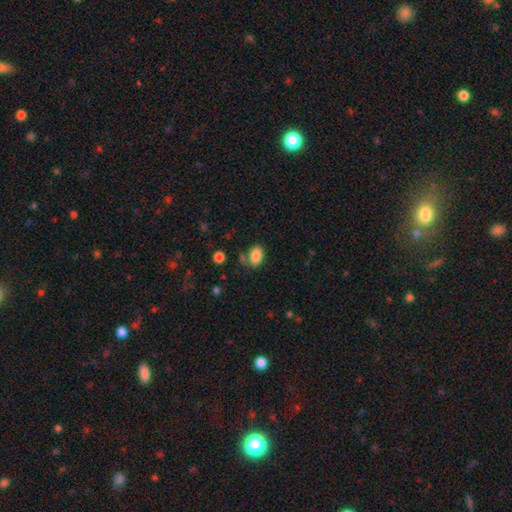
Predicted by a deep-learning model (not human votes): Q: Smooth or featured?
A: smooth (87%); runner-up: star or artifact (8%)
Q: How rounded?
A: in between (85%); runner-up: round (14%)
Q: Merging?
A: none (73%); runner-up: minor disturbance (14%)